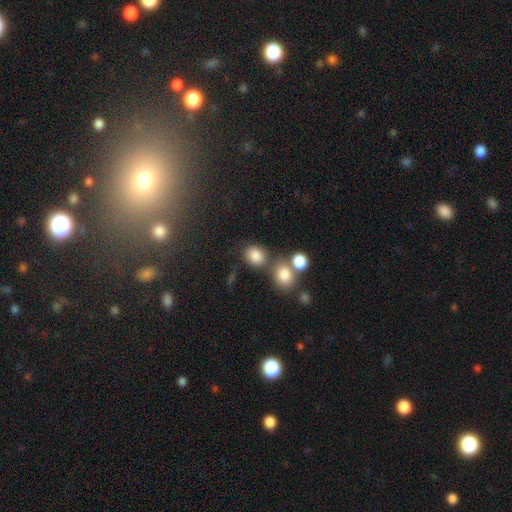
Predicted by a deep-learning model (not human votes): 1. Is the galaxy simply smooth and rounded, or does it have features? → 81% smooth, 12% star or artifact, 7% featured or disk.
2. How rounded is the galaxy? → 62% round, 37% in between, 1% cigar-shaped.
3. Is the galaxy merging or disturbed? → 60% none, 22% merger, 12% minor disturbance, 6% major disturbance.